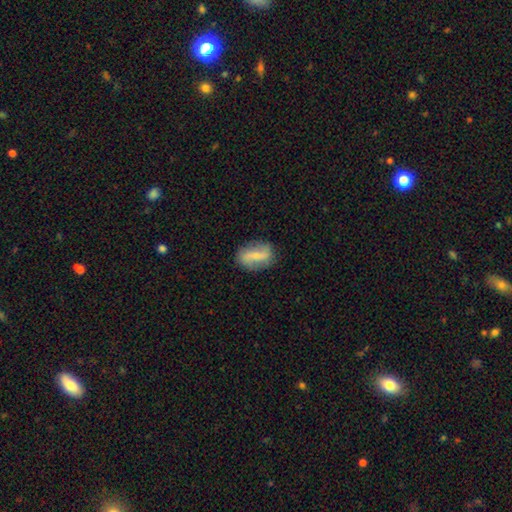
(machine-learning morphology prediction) This appears to be a featured or disk galaxy (50%). Merging: none (80%).